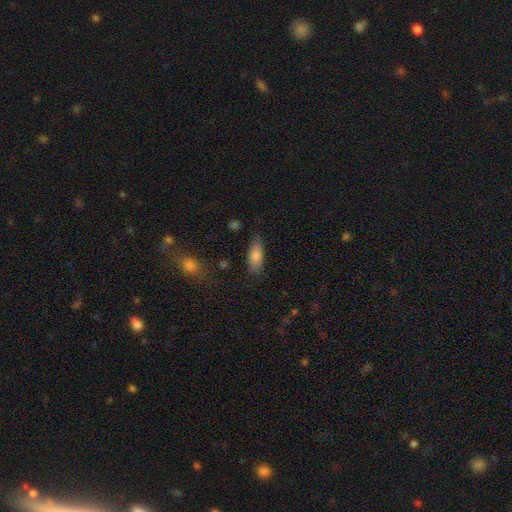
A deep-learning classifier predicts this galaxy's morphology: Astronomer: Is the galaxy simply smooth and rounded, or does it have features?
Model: smooth — 78%.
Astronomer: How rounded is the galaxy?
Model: in between — 78%.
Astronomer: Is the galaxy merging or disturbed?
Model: none — 78%.